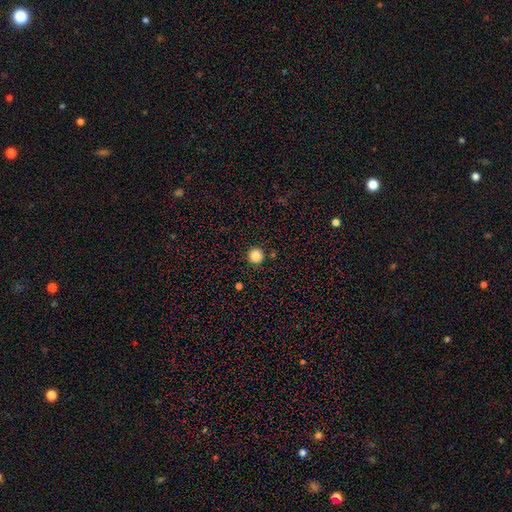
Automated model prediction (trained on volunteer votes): The model was most divided on "smooth or featured": smooth: 86%, star or artifact: 11%, featured or disk: 3%. More confident: how rounded — round (96%); merging — none (91%).